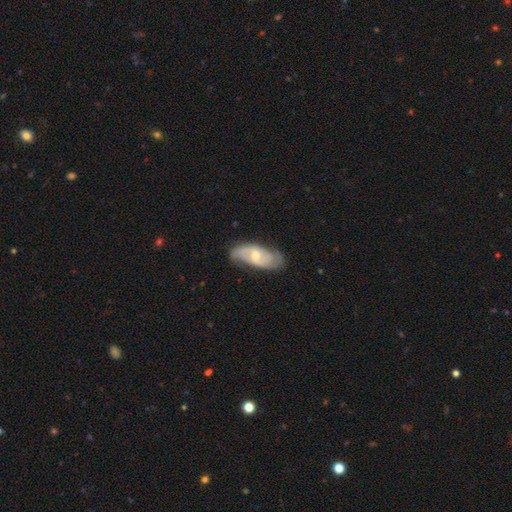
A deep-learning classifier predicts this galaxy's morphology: Q: Smooth or featured?
A: featured or disk (69%); runner-up: smooth (25%)
Q: Edge-on disk?
A: no (92%); runner-up: yes (8%)
Q: Bar?
A: weak (52%); runner-up: no (35%)
Q: Spiral arms?
A: yes (90%); runner-up: no (10%)
Q: Spiral winding?
A: medium (45%); runner-up: tight (29%)
Q: Spiral arm count?
A: 2 (74%); runner-up: can't tell (16%)
Q: Bulge size?
A: moderate (49%); runner-up: small (43%)
Q: Merging?
A: none (71%); runner-up: minor disturbance (22%)